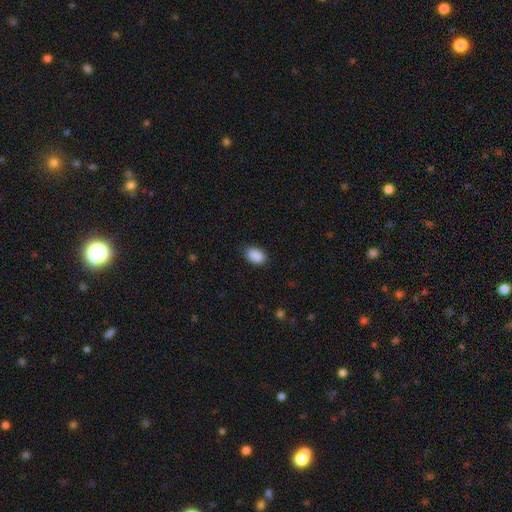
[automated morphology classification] Smooth or featured? smooth (90%)
How rounded? in between (91%)
Merging? none (85%)